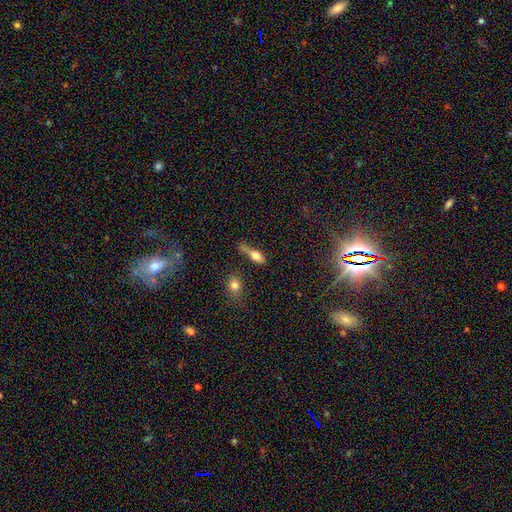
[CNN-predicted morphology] This is likely a smooth galaxy (62%). How rounded: possibly in between (51%). Merging: possibly none (46%).